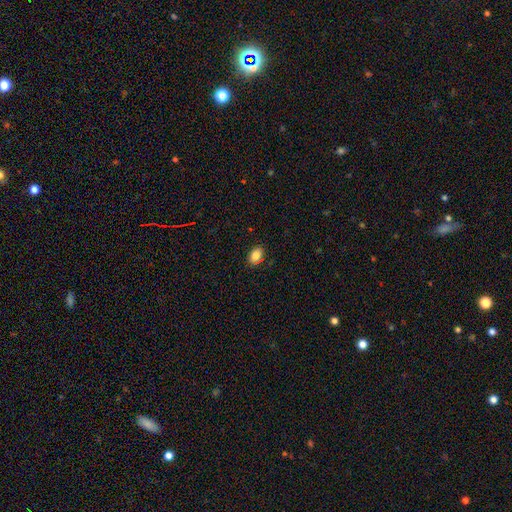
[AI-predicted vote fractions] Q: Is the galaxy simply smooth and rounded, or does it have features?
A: smooth — 82%.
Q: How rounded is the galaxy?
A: in between — 75%.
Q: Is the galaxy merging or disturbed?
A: none — 85%.